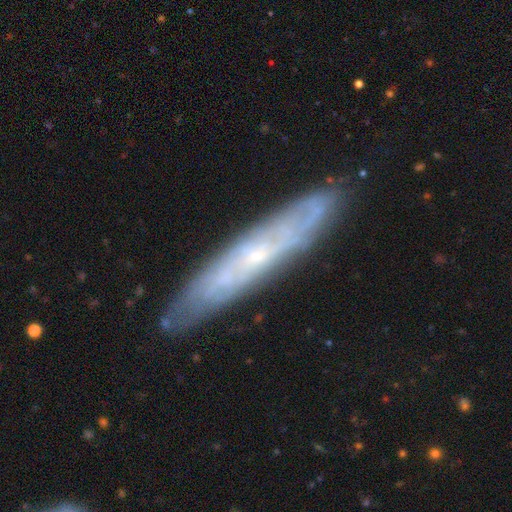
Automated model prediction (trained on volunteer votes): smooth-or-featured: featured or disk: 73% | smooth: 20% | star or artifact: 7%
  disk-edge-on: no: 51% | yes: 49%
  merging: none: 85% | minor disturbance: 11% | major disturbance: 2% | merger: 1%